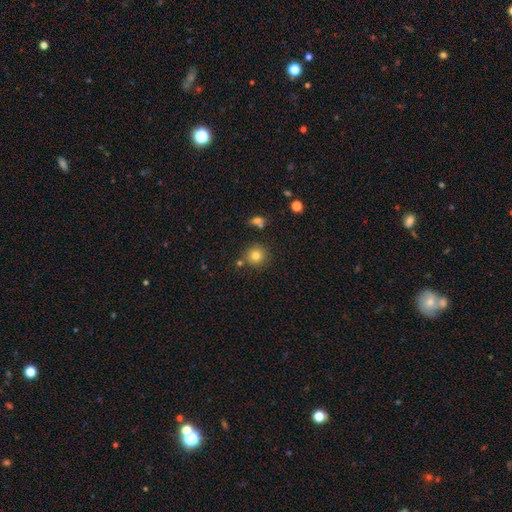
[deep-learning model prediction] This is likely a smooth galaxy (80%). How rounded: clearly round (92%). Merging: clearly none (80%).